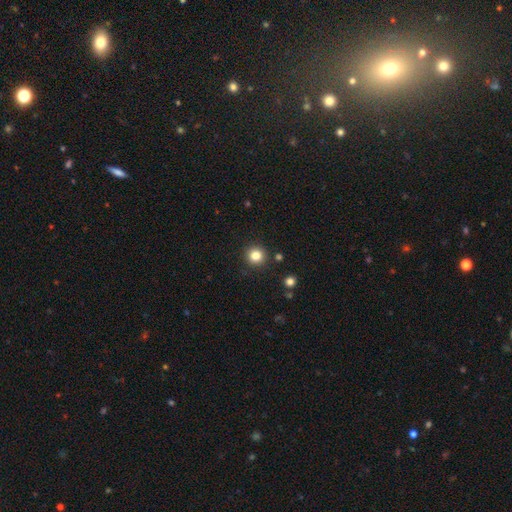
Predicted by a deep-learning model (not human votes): smooth_or_featured: smooth (p=0.82) [alt: star or artifact p=0.12]
how_rounded: round (p=0.94) [alt: in between p=0.05]
merging: none (p=0.91) [alt: minor disturbance p=0.05]